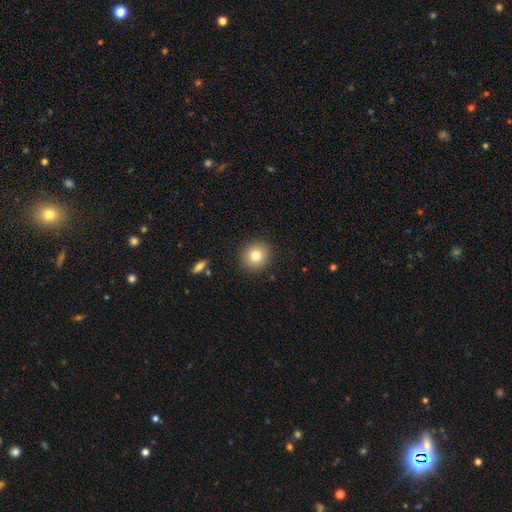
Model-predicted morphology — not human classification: Smooth or featured? smooth (80%)
How rounded? round (80%)
Merging? none (89%)